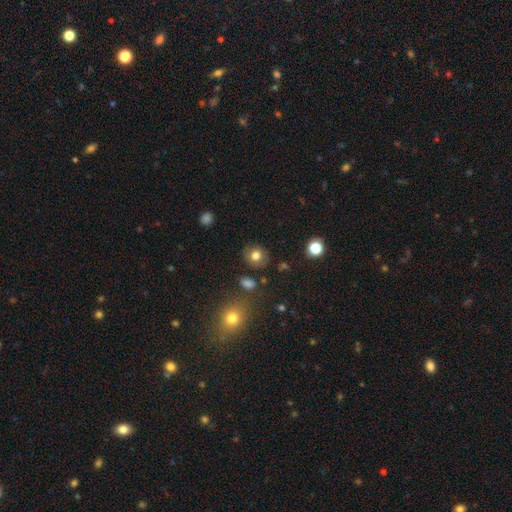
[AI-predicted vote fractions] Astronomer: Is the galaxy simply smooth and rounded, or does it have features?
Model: smooth — 79%.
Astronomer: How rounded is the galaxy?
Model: round — 81%.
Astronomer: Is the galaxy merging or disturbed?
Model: none — 84%.